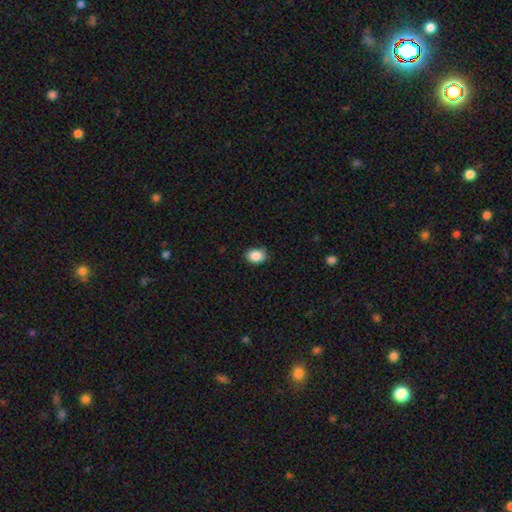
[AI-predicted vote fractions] Smooth or featured: smooth — 88% (star or artifact — 8%)
How rounded: in between — 66% (round — 33%)
Merging: none — 83% (minor disturbance — 13%)